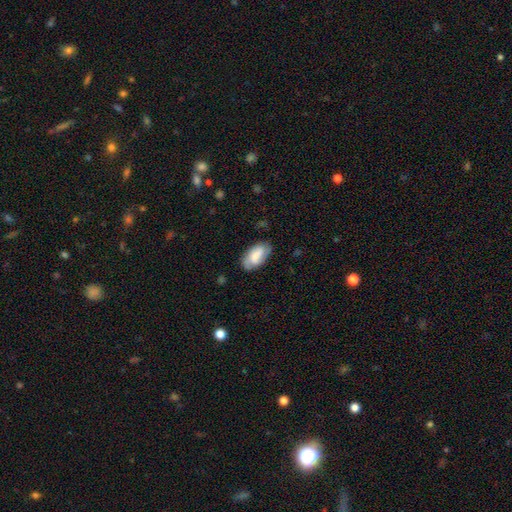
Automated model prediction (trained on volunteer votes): Smooth or featured: smooth — 58% (featured or disk — 35%)
How rounded: in between — 93% (round — 3%)
Merging: none — 71% (minor disturbance — 21%)